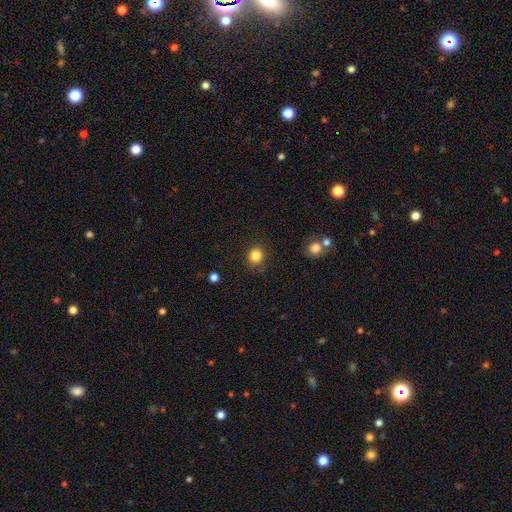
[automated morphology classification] Overall: smooth (84%). How rounded: round (80%). Merging: none (85%).